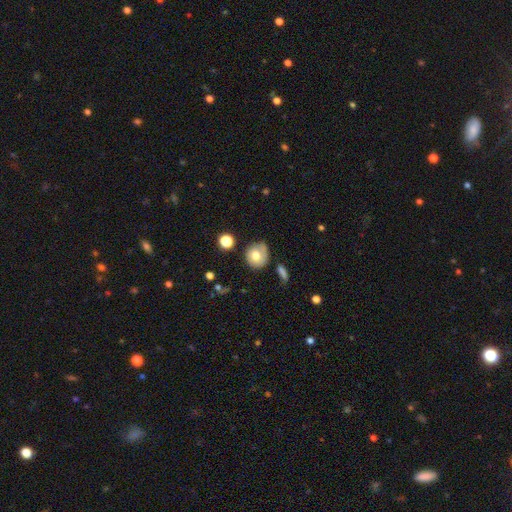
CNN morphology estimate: This is likely a smooth galaxy (67%). How rounded: clearly round (82%). Merging: likely none (65%).